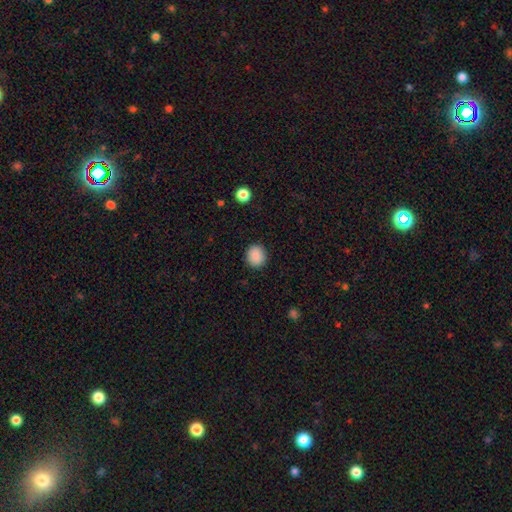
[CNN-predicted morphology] This appears to be a smooth galaxy with no disk features (88%) that is round (79%). Merging: none (90%).